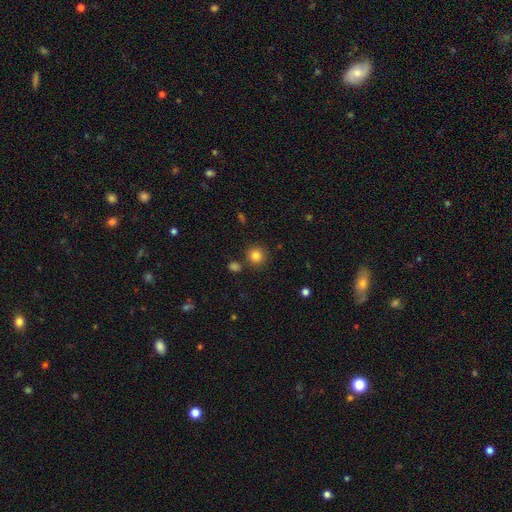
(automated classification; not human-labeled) This appears to be a smooth galaxy with no disk features (83%) that is round (93%). Merging: none (84%).